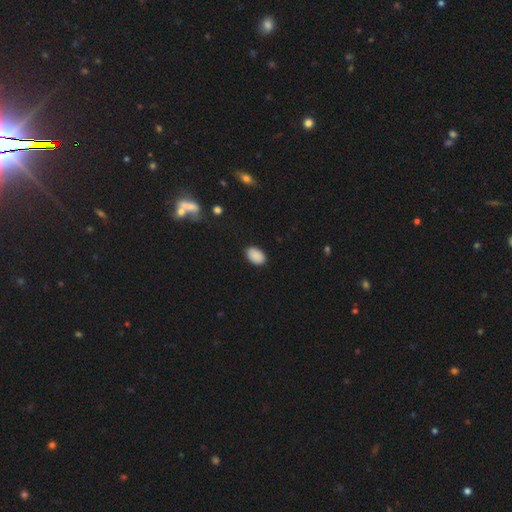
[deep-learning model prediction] smooth 90%, star or artifact 8%, featured or disk 3%. Down the decision tree: how rounded — in between (88%); merging — none (88%).